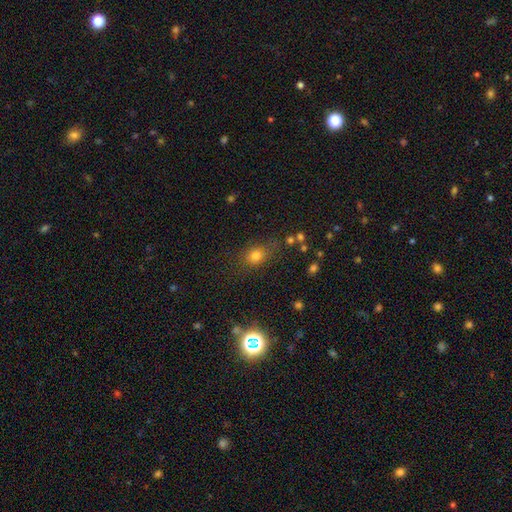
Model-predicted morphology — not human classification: Smooth or featured?
  - smooth: 74% *
  - star or artifact: 18%
  - featured or disk: 9%
How rounded?
  - round: 49% * (tied)
  - in between: 49% * (tied)
  - cigar-shaped: 2%
Merging?
  - none: 72% *
  - minor disturbance: 16%
  - major disturbance: 7%
  - merger: 4%